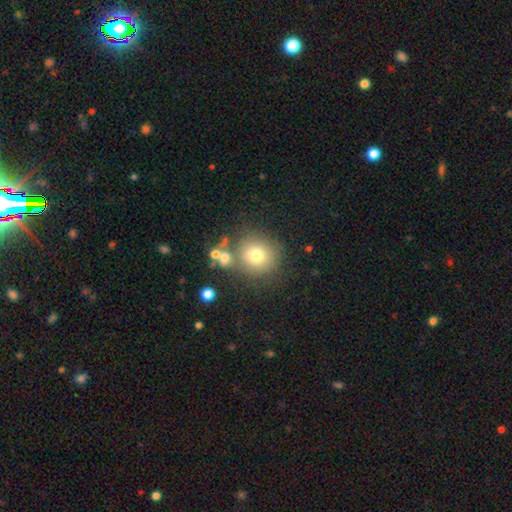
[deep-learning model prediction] Smooth or featured? Predicted: smooth (p=0.74). How rounded? Predicted: round (p=0.87). Merging? Predicted: none (p=0.66).